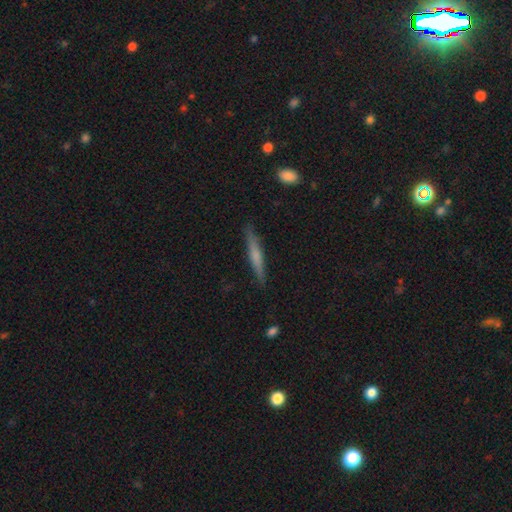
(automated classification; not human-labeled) Smooth or featured? smooth (52%)
How rounded? cigar-shaped (94%)
Merging? none (88%)